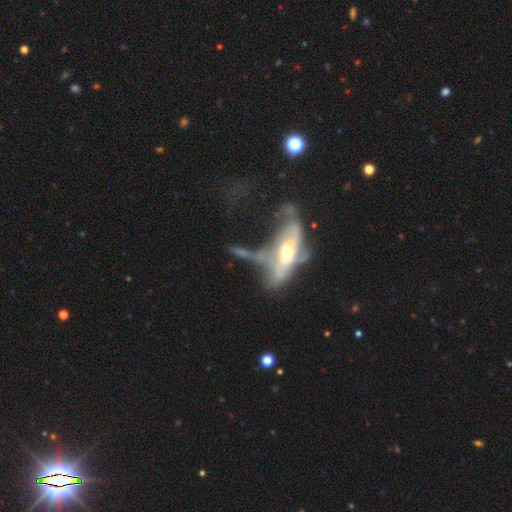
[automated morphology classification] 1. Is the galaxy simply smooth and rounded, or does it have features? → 66% featured or disk, 24% smooth, 10% star or artifact.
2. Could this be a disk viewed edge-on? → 68% no, 32% yes.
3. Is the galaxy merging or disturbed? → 43% major disturbance, 25% merger, 17% none, 15% minor disturbance.